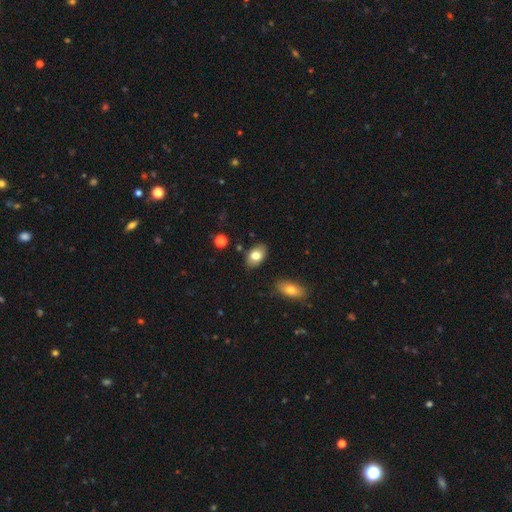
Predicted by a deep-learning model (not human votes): A smooth galaxy with no disk features (77%) that is in between round and cigar-shaped (90%). Merging: none (83%).